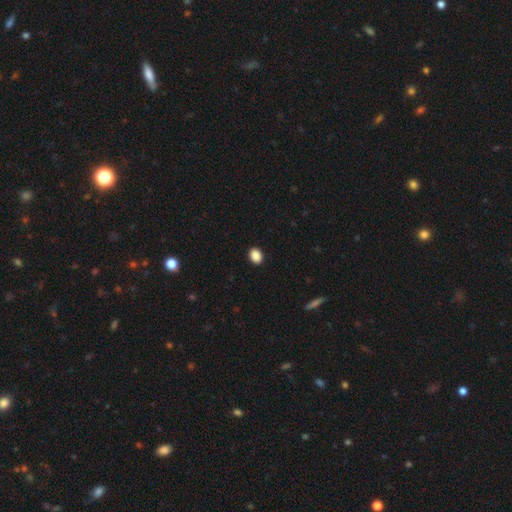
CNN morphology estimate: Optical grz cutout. It shows a smooth galaxy with no disk features (89%) that is in between round and cigar-shaped (67%). Merging: none (91%).